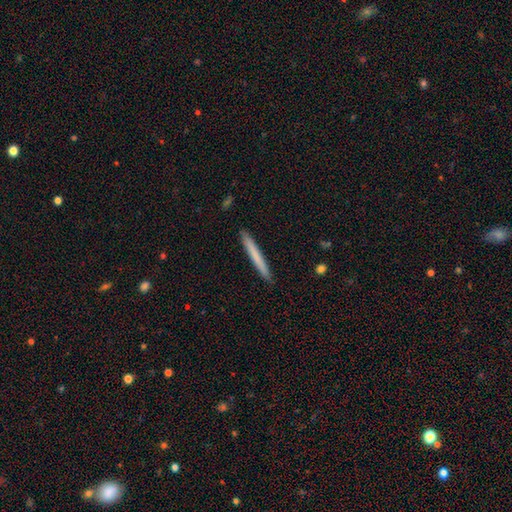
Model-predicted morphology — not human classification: This appears to be a smooth galaxy with no disk features (71%) that is cigar-shaped (97%). Merging: none (92%).